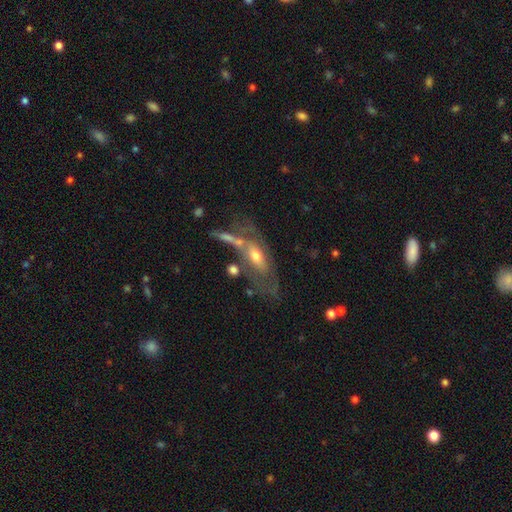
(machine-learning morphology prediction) Smooth or featured? Predicted: featured or disk (p=0.61). Edge-on disk? Predicted: no (p=0.78). Merging? Predicted: none (p=0.41).